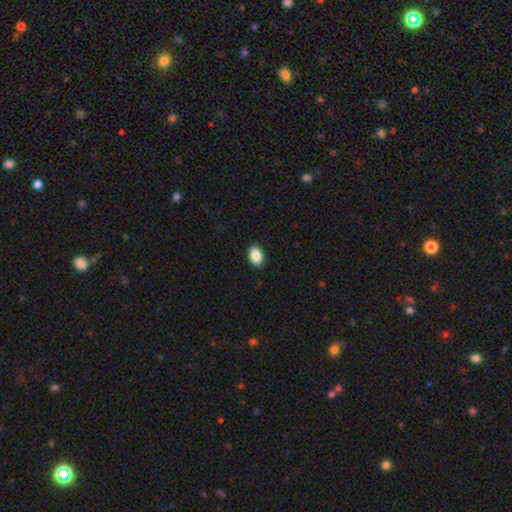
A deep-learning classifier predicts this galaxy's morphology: This appears to be a smooth galaxy with no disk features (87%) that is in between round and cigar-shaped (84%). Merging: none (90%).